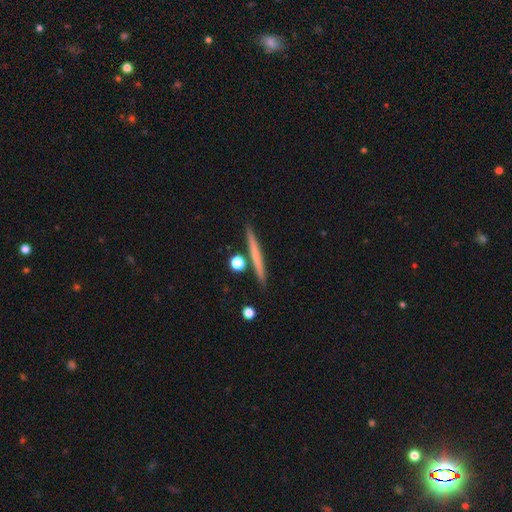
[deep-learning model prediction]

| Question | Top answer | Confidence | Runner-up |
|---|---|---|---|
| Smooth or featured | smooth | 53% | featured or disk (41%) |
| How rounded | cigar-shaped | 93% | round (4%) |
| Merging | none | 87% | minor disturbance (7%) |